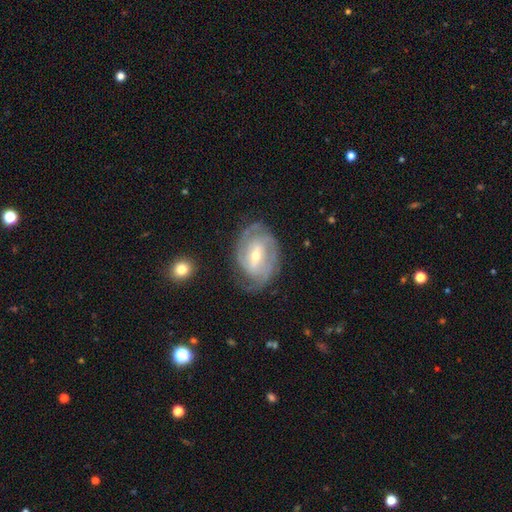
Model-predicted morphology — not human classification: featured or disk 86%, smooth 9%, star or artifact 5%. Down the decision tree: edge-on disk — no (97%); bar — weak (47%); spiral arms — yes (94%); spiral arm count — 2 (55%); spiral winding — tight (59%); bulge size — small (50%); merging — none (73%).